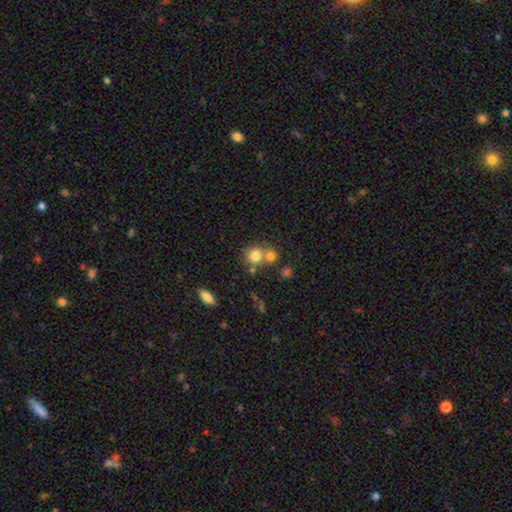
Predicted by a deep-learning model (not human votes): A smooth galaxy with no disk features (79%) that is round (83%).

Vote fractions:
- Smooth or featured? smooth: 79% / star or artifact: 11% / featured or disk: 10%
- How rounded? round: 83% / in between: 16% / cigar-shaped: 1%
- Merging? none: 47% / merger: 41% / minor disturbance: 8% / major disturbance: 3%